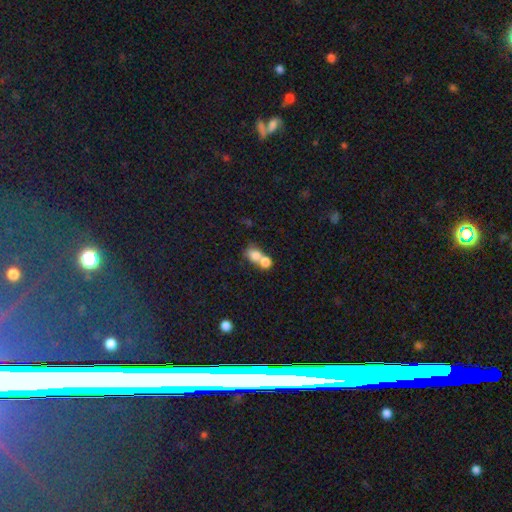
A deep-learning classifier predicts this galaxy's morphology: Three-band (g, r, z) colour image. It shows a smooth galaxy with no disk features (76%) that is round (52%). Merging: merger (68%).